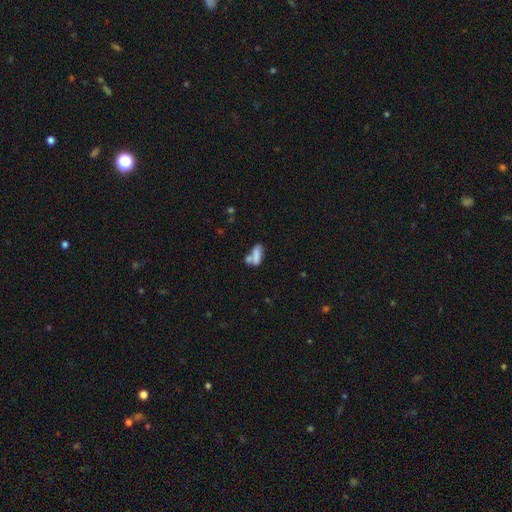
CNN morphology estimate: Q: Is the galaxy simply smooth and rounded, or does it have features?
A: smooth — 74%.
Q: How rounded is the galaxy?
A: in between — 72%.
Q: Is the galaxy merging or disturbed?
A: merger — 45%.